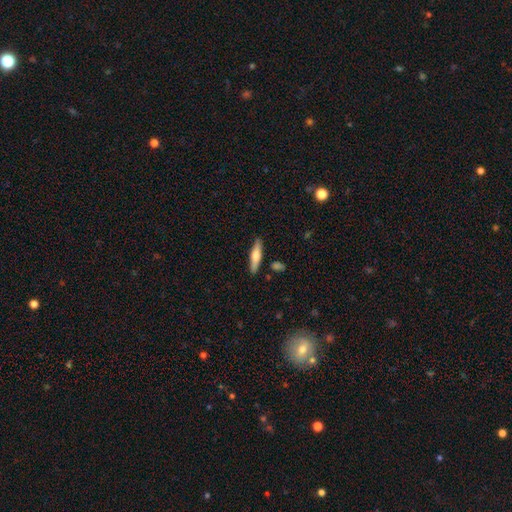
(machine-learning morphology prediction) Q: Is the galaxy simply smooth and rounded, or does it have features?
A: smooth — 56%.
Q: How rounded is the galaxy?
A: cigar-shaped — 78%.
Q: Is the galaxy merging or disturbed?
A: none — 87%.